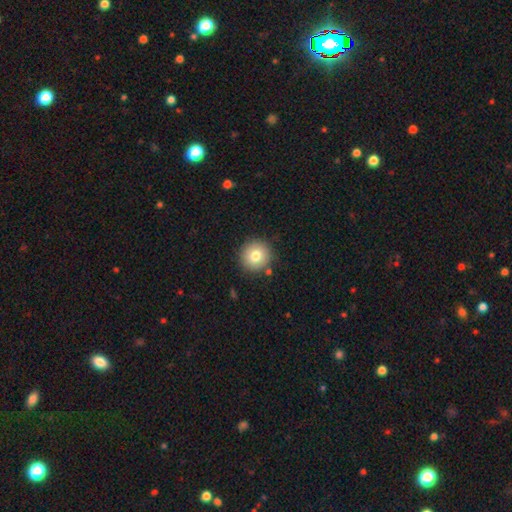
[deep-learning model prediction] A smooth galaxy with no disk features (78%) that is round (93%). Merging: none (88%).